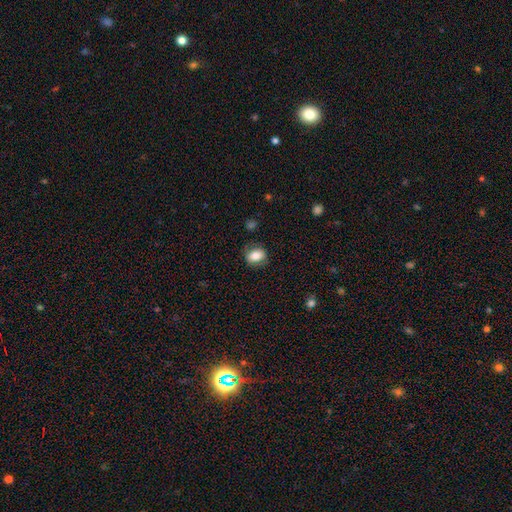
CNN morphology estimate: Smooth or featured? Predicted: smooth (p=0.80). How rounded? Predicted: in between (p=0.59). Merging? Predicted: none (p=0.78).